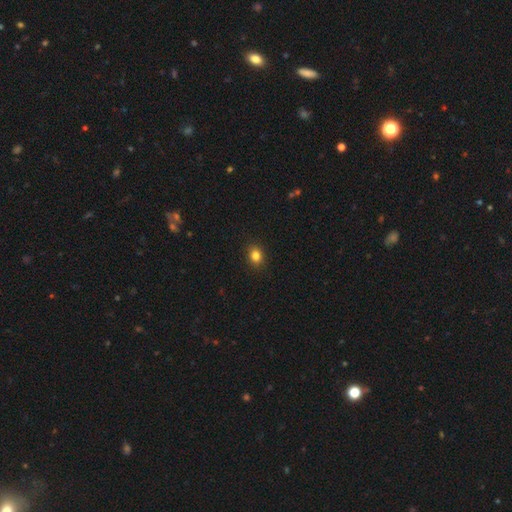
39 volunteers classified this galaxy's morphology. Overall: smooth (90%). How rounded: in between (60%; round 40%). Merging: none (97%).